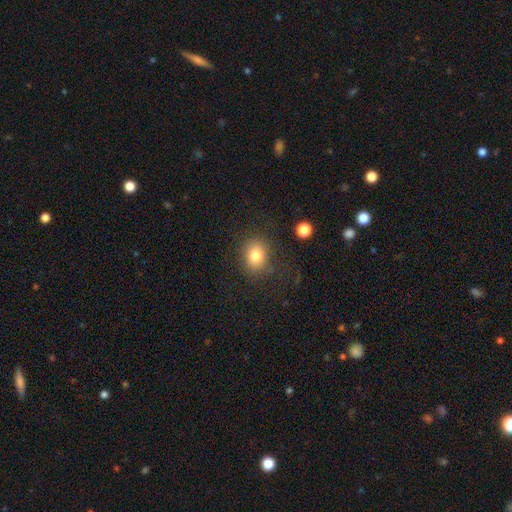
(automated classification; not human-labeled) This appears to be a smooth galaxy with no disk features (80%) that is round (57%). Merging: none (79%).